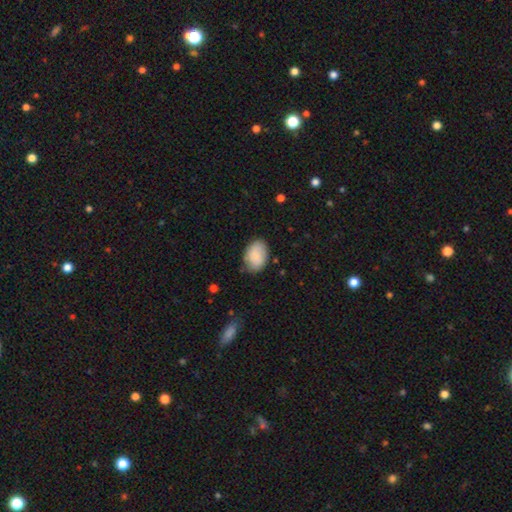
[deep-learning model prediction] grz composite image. It shows a smooth galaxy with no disk features (85%) that is in between round and cigar-shaped (86%). Merging: none (77%).